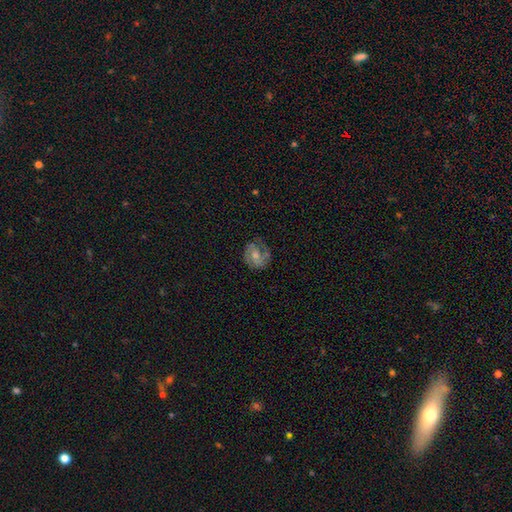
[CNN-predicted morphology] type=featured or disk (61%); edge-on=no (97%); bar=no (50%); spiral arms=yes (82%); bulge=moderate (57%); merging=none (64%).